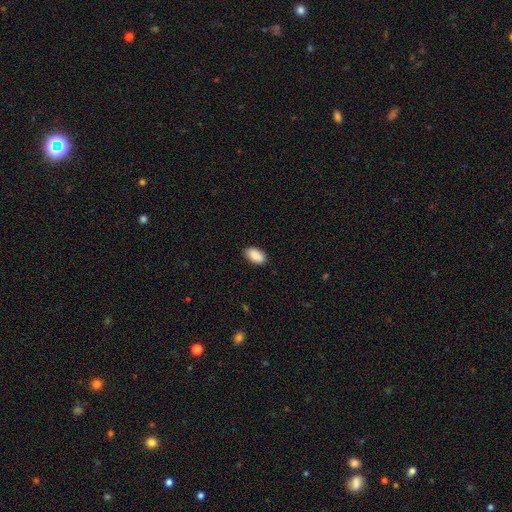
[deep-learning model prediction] A smooth galaxy with no disk features (89%) that is in between round and cigar-shaped (94%).

Vote fractions:
- Smooth or featured? smooth: 89% / star or artifact: 7% / featured or disk: 4%
- How rounded? in between: 94% / round: 4% / cigar-shaped: 2%
- Merging? none: 86% / minor disturbance: 11% / major disturbance: 2% / merger: 1%